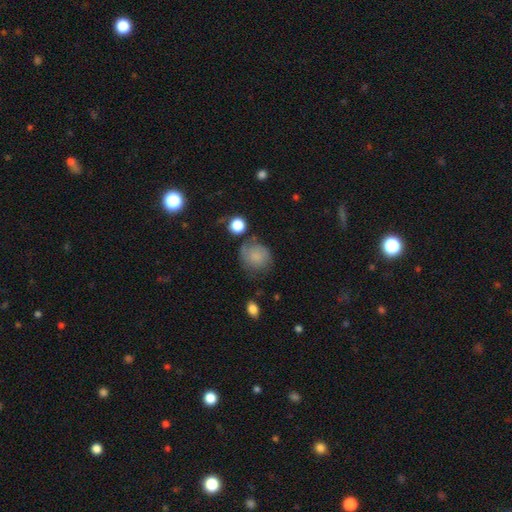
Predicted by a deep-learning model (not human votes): This is likely a smooth galaxy (74%). How rounded: clearly round (82%). Merging: possibly none (59%).